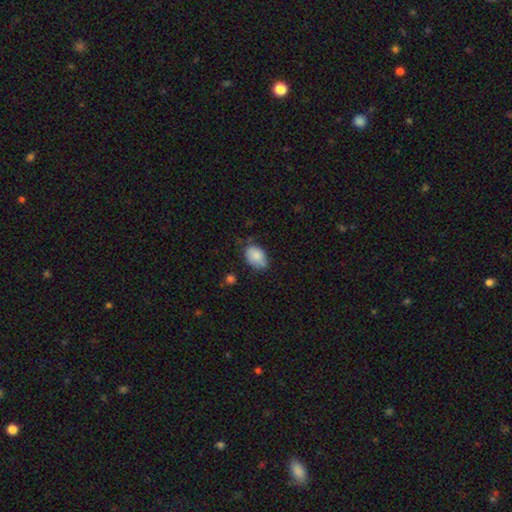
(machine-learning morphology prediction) Overall: smooth (83%). How rounded: in between (87%). Merging: none (55%; minor disturbance 34%).